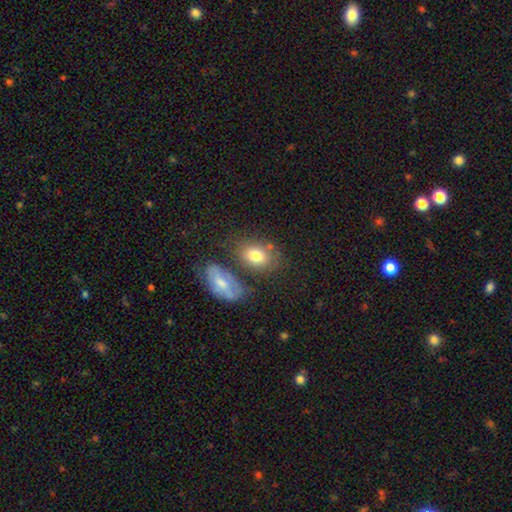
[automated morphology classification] The model was most divided on "merging": none: 59%, merger: 18%, minor disturbance: 16%, major disturbance: 7%. More confident: smooth or featured — smooth (75%); how rounded — in between (75%).